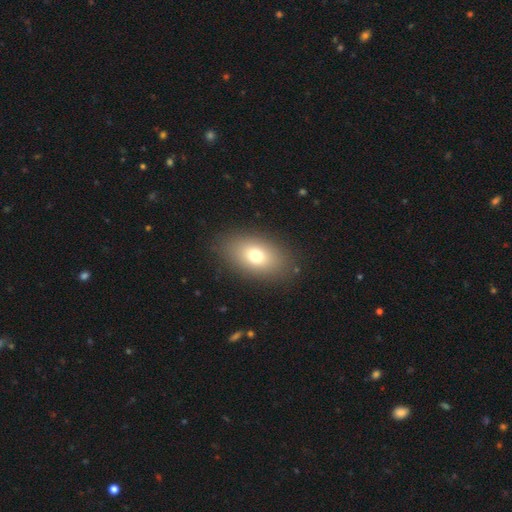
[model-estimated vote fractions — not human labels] Smooth or featured? smooth (75%)
How rounded? in between (85%)
Merging? none (86%)